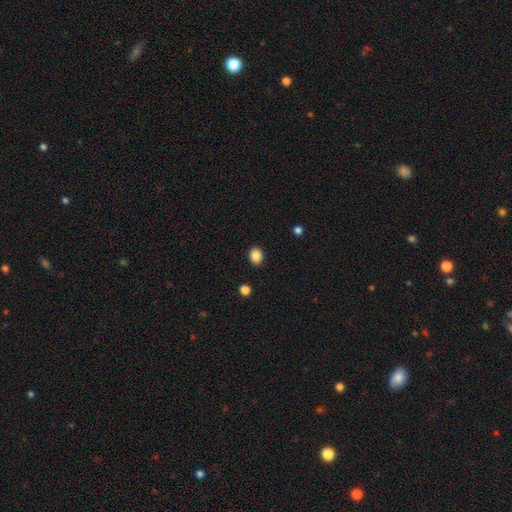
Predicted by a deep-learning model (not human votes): Smooth or featured? smooth (87%)
How rounded? round (52%)
Merging? none (90%)